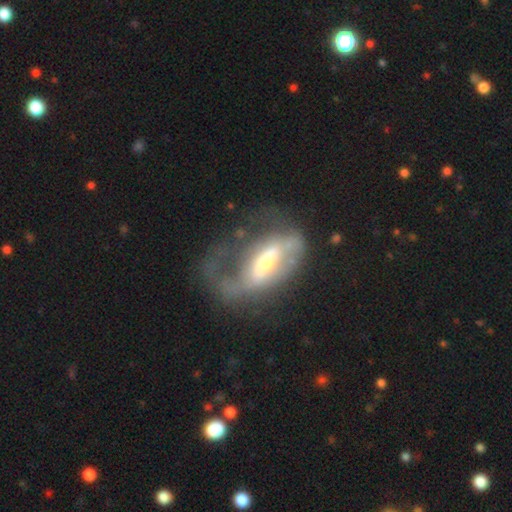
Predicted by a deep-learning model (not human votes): Smooth or featured?
  - featured or disk: 75% *
  - smooth: 17%
  - star or artifact: 9%
Edge-on disk?
  - no: 89% *
  - yes: 11%
Bar?
  - strong: 44% *
  - weak: 34%
  - no: 22%
Spiral arms?
  - yes: 76% *
  - no: 24%
Spiral winding?
  - medium: 38% *
  - loose: 37%
  - tight: 25%
Spiral arm count?
  - 2: 53% *
  - 1: 26%
  - can't tell: 16%
  - 3: 2%
  - 4: 1%
  - more than 4: 1%
Bulge size?
  - moderate: 51% *
  - small: 34%
  - large: 10%
  - none: 3%
  - dominant: 2%
Merging?
  - none: 40% *
  - major disturbance: 36%
  - minor disturbance: 21%
  - merger: 3%